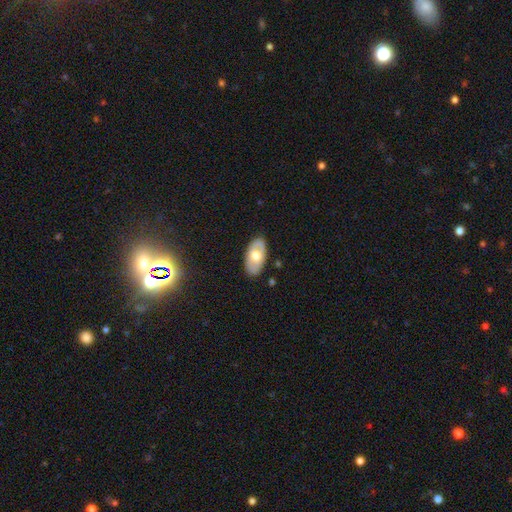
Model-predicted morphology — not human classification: A smooth galaxy with no disk features (56%) that is in between round and cigar-shaped (94%). Merging: none (85%).